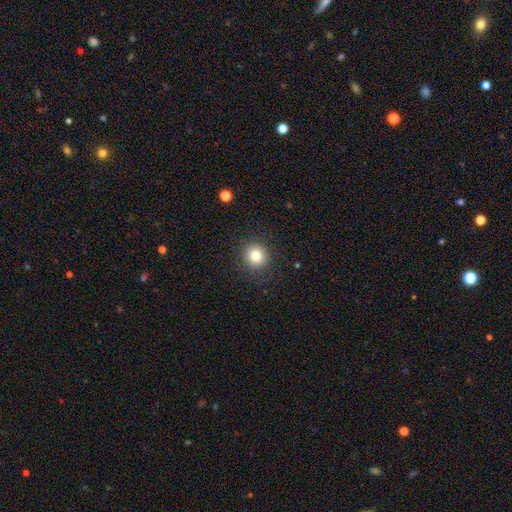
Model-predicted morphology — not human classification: A smooth galaxy with no disk features (81%) that is round (91%). Merging: none (89%).